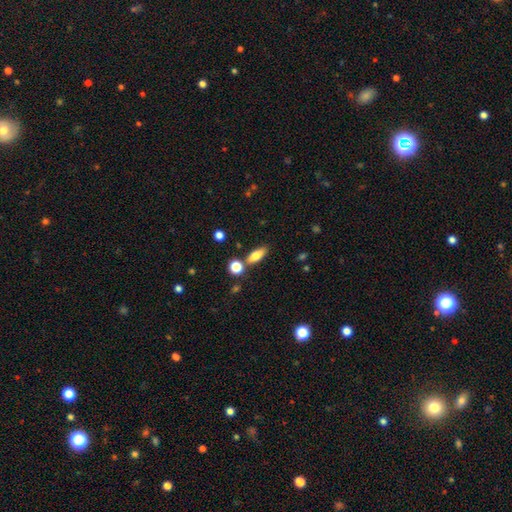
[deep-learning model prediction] The model was most divided on "how rounded": in between: 71%, cigar-shaped: 24%, round: 5%. More confident: smooth or featured — smooth (75%); merging — none (72%).